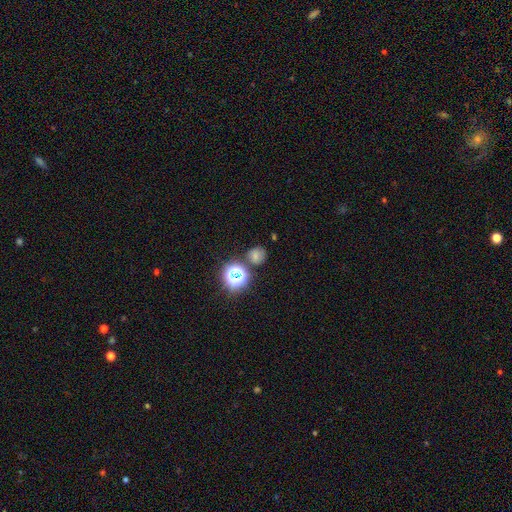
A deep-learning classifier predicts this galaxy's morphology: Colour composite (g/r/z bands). It shows a smooth galaxy with no disk features (62%) that is round (82%). Merging: none (73%).